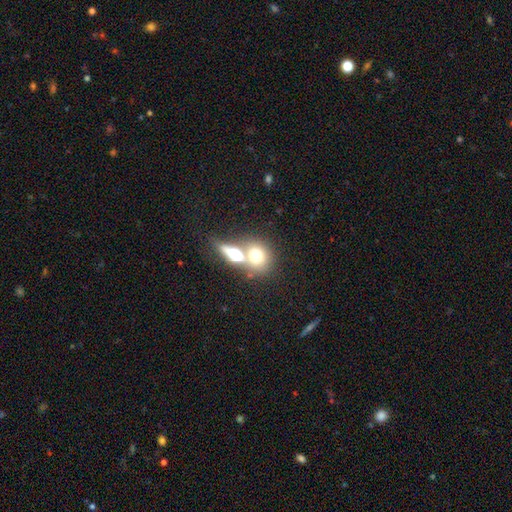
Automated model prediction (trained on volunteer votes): smooth-or-featured: smooth: 66% | featured or disk: 23% | star or artifact: 12%
  how-rounded: round: 55% | in between: 41% | cigar-shaped: 4%
  merging: merger: 59% | none: 29% | minor disturbance: 7% | major disturbance: 5%